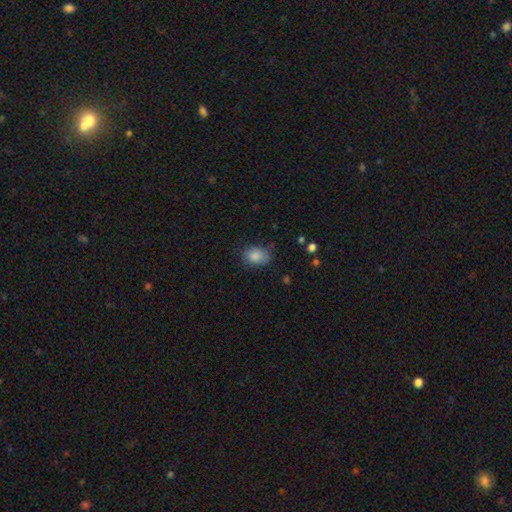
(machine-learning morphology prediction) type=smooth (86%); roundness=in between (74%); merging=none (74%).